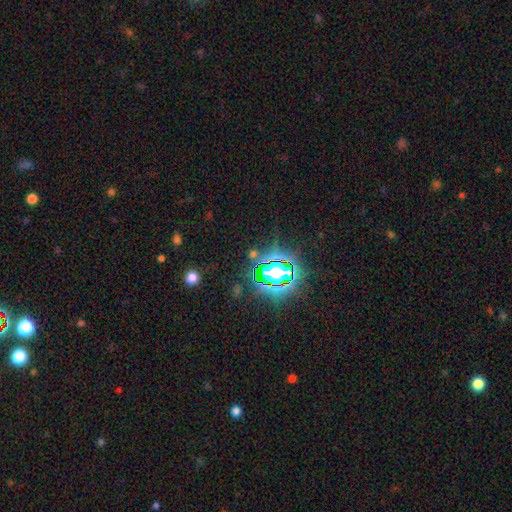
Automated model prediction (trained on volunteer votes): The model was most divided on "smooth or featured": star or artifact: 78%, smooth: 13%, featured or disk: 10%.